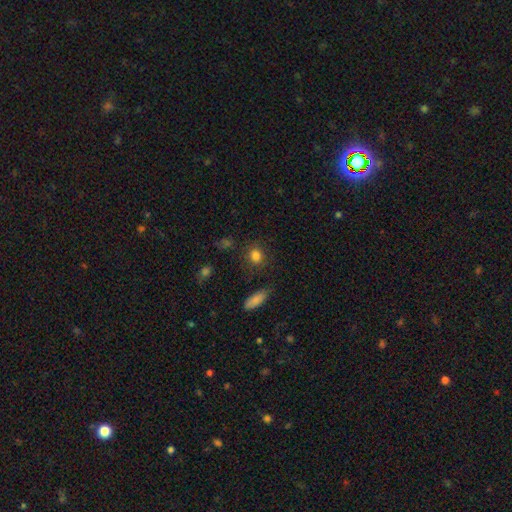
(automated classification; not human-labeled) Smooth or featured: smooth — 83% (star or artifact — 11%)
How rounded: round — 74% (in between — 24%)
Merging: none — 83% (minor disturbance — 10%)